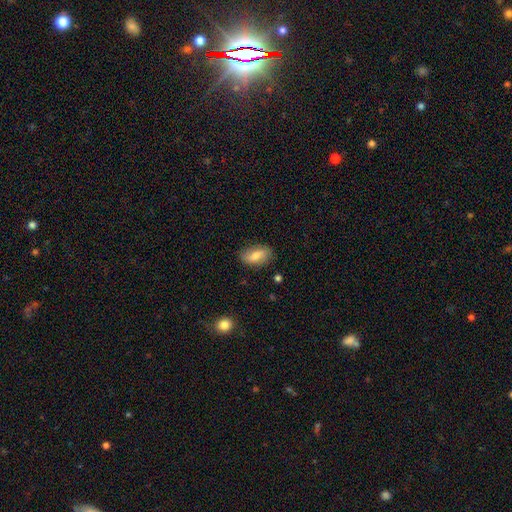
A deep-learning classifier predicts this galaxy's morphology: A smooth galaxy with no disk features (73%) that is in between round and cigar-shaped (90%).

Vote fractions:
- Smooth or featured? smooth: 73% / featured or disk: 20% / star or artifact: 7%
- How rounded? in between: 90% / round: 5% / cigar-shaped: 5%
- Merging? none: 79% / minor disturbance: 16% / major disturbance: 3% / merger: 2%